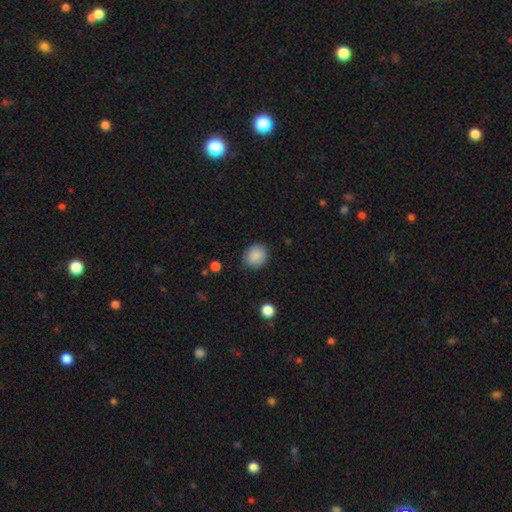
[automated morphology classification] This is clearly a smooth galaxy (88%). How rounded: likely round (72%). Merging: clearly none (85%).